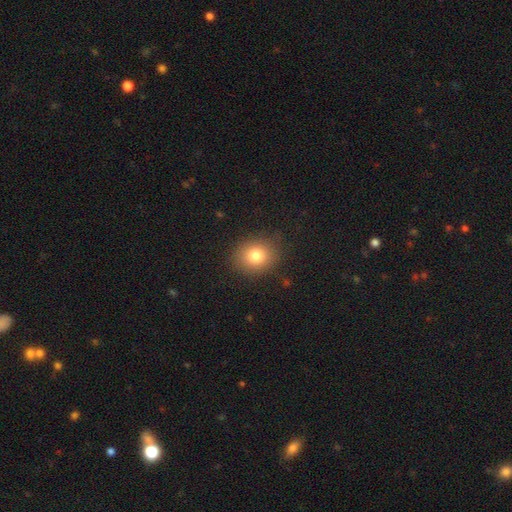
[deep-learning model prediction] smooth_or_featured: smooth (p=0.80) [alt: star or artifact p=0.11]
how_rounded: round (p=0.71) [alt: in between p=0.28]
merging: none (p=0.86) [alt: minor disturbance p=0.09]